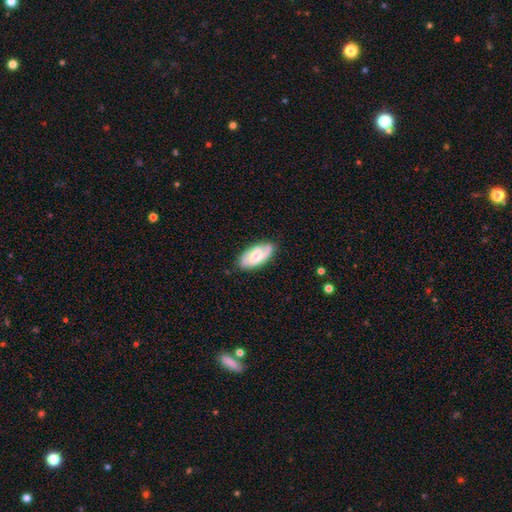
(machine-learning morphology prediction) Q: Smooth or featured?
A: featured or disk (54%); runner-up: smooth (41%)
Q: Edge-on disk?
A: no (91%); runner-up: yes (9%)
Q: Merging?
A: none (77%); runner-up: minor disturbance (18%)